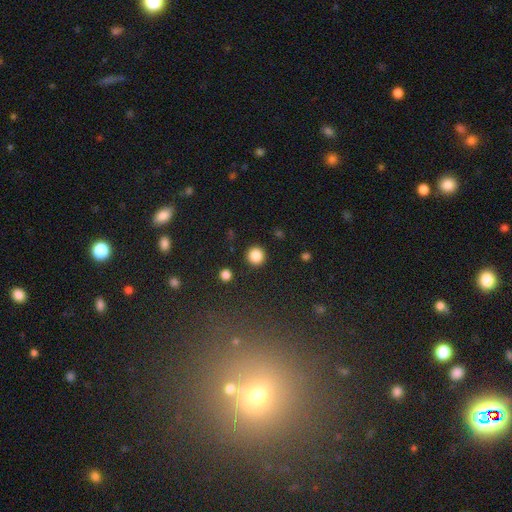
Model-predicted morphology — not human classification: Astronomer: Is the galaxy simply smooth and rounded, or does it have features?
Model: smooth — 86%.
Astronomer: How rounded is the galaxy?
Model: round — 94%.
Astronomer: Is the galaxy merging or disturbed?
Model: none — 91%.